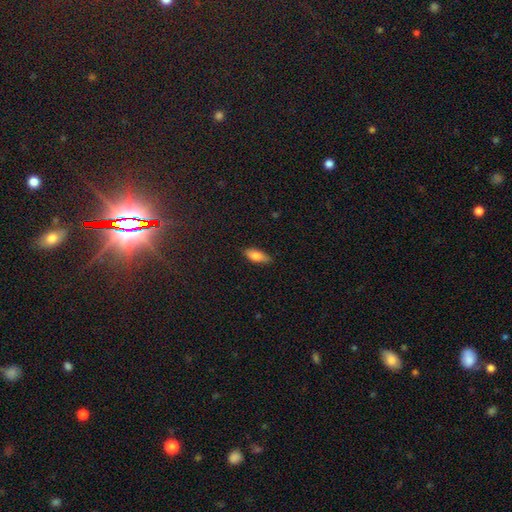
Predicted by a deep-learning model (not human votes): Smooth or featured? smooth (79%)
How rounded? in between (78%)
Merging? none (83%)